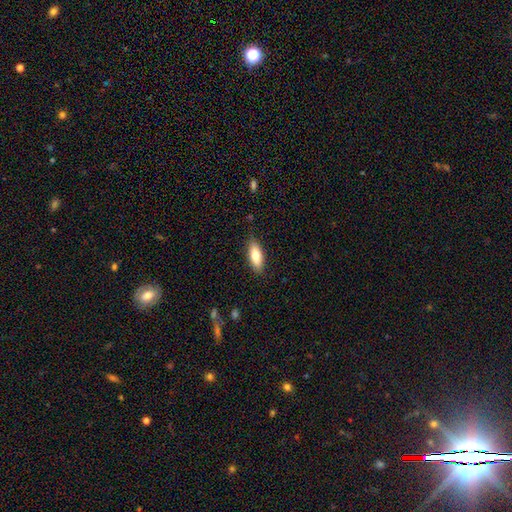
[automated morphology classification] Overall: smooth (76%). How rounded: in between (72%). Merging: none (86%).